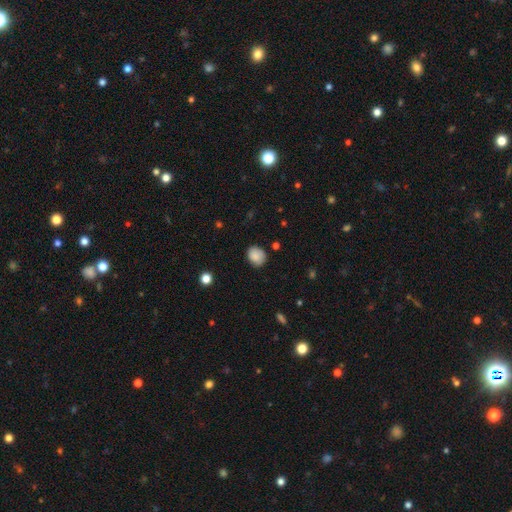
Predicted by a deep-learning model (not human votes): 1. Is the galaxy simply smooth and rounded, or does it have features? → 87% smooth, 8% star or artifact, 5% featured or disk.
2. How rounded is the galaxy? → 65% round, 34% in between, 1% cigar-shaped.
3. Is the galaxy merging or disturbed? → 81% none, 14% minor disturbance, 3% major disturbance, 2% merger.